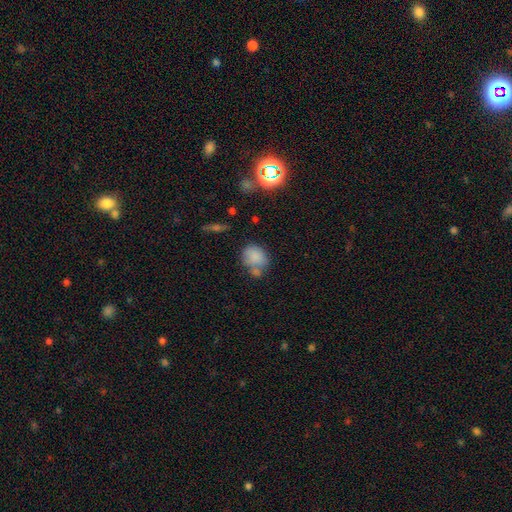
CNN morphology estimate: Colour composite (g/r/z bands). It shows a smooth galaxy with no disk features (80%) that is in between round and cigar-shaped (49%, tied with round). Merging: none (47%).